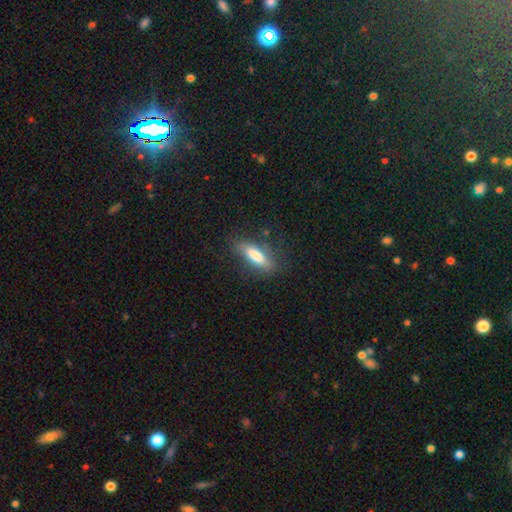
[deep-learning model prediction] A smooth galaxy with no disk features (76%) that is in between round and cigar-shaped (58%). Merging: none (72%).